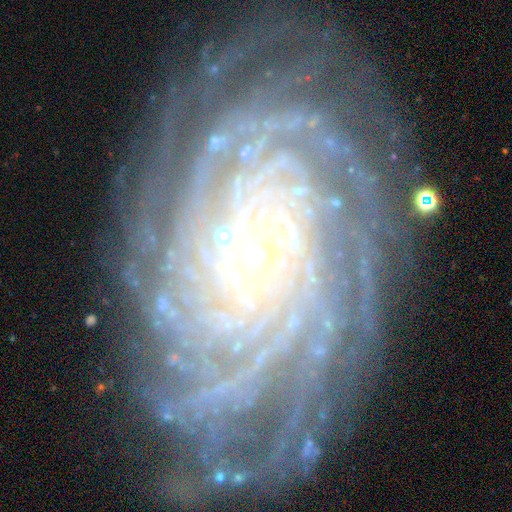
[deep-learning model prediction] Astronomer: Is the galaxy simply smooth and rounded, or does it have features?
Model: featured or disk — 92%.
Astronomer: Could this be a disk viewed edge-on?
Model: no — 97%.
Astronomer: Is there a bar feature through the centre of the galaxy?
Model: no — 69%.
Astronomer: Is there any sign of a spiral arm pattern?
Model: yes — 99%.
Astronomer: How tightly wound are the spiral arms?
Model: tight — 87%.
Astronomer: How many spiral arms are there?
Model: more than 4 — 45%.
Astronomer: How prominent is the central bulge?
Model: small — 81%.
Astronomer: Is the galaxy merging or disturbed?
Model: none — 83%.